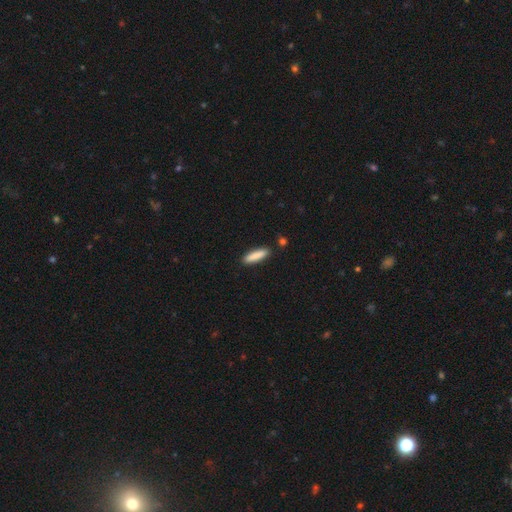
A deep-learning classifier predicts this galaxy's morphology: This is clearly a smooth galaxy (86%). How rounded: likely cigar-shaped (77%). Merging: clearly none (88%).